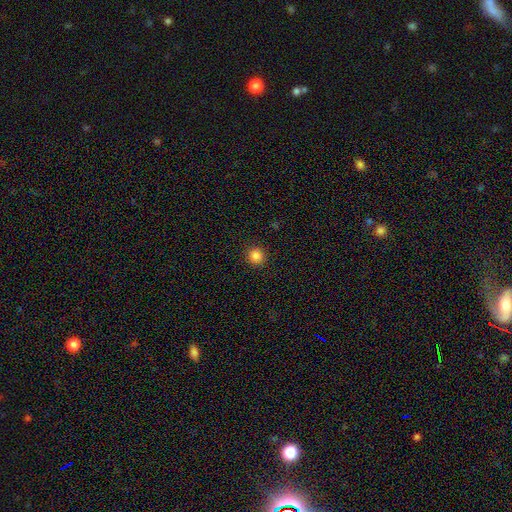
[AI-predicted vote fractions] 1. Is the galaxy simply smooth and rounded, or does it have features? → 85% smooth, 12% star or artifact, 4% featured or disk.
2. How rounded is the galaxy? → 94% round, 5% in between, 1% cigar-shaped.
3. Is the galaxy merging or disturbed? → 92% none, 5% minor disturbance, 2% major disturbance, 1% merger.